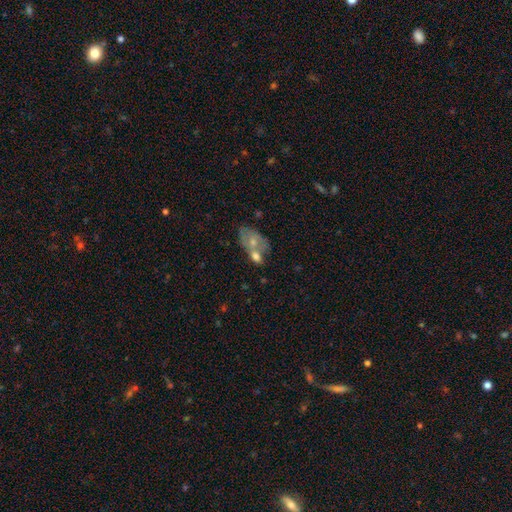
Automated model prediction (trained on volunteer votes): This appears to be a smooth galaxy with no disk features (63%) that is in between round and cigar-shaped (83%). Merging: merger (55%).